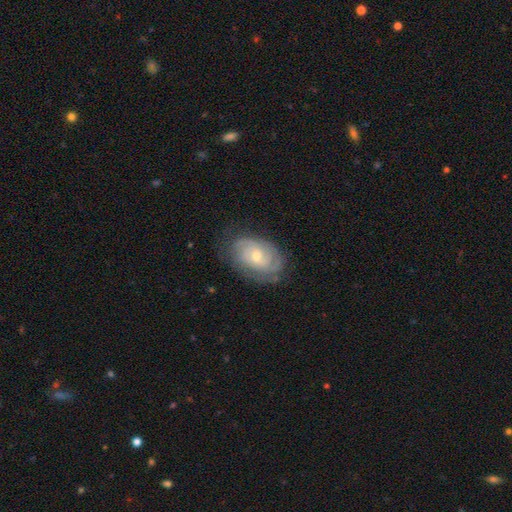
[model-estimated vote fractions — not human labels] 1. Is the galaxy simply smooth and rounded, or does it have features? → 81% featured or disk, 13% smooth, 6% star or artifact.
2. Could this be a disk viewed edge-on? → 96% no, 4% yes.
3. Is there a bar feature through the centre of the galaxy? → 63% no, 31% weak, 6% strong.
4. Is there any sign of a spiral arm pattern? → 93% yes, 7% no.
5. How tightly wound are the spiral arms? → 70% tight, 25% medium, 6% loose.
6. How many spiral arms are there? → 36% 2, 33% can't tell, 17% 3, 6% 4, 4% 1, 4% more than 4.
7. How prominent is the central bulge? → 48% small (tied), 48% moderate (tied), 2% large, 1% none, 1% dominant.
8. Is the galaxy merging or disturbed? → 75% none, 18% minor disturbance, 6% major disturbance, 1% merger.